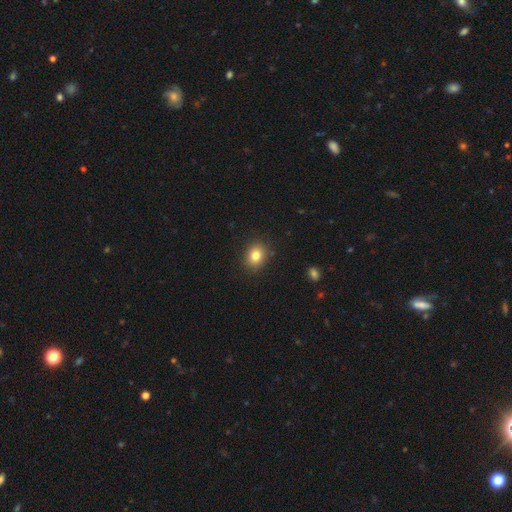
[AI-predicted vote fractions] Smooth or featured: smooth — 82% (star or artifact — 11%)
How rounded: round — 61% (in between — 38%)
Merging: none — 89% (minor disturbance — 8%)